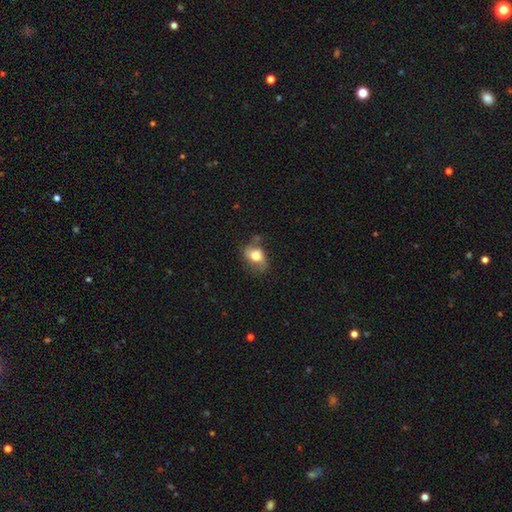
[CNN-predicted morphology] smooth 60%, featured or disk 31%, star or artifact 9%. Down the decision tree: how rounded — in between (70%); merging — none (56%).